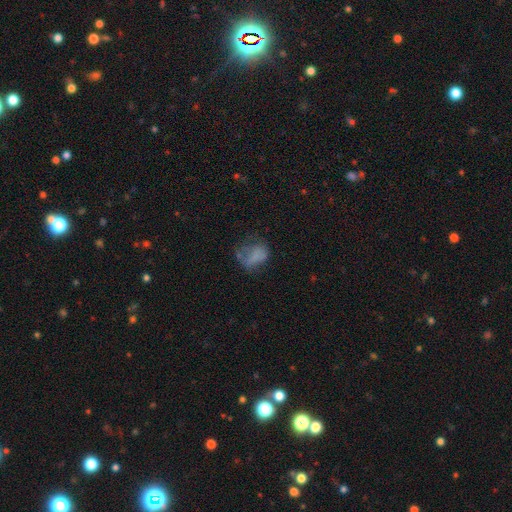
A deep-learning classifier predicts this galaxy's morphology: smooth-or-featured: smooth: 64% | featured or disk: 22% | star or artifact: 14%
  how-rounded: in between: 66% | round: 33% | cigar-shaped: 2%
  merging: major disturbance: 34% (tied) | none: 34% (tied) | minor disturbance: 27% | merger: 5%